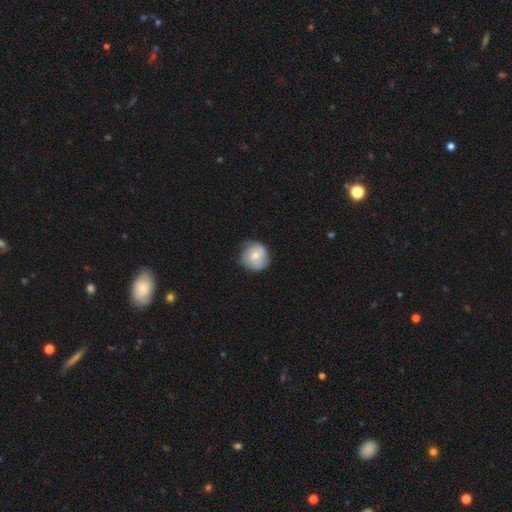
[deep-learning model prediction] The model was most divided on "smooth or featured": smooth: 67%, featured or disk: 27%, star or artifact: 7%. More confident: how rounded — round (90%); merging — none (75%).